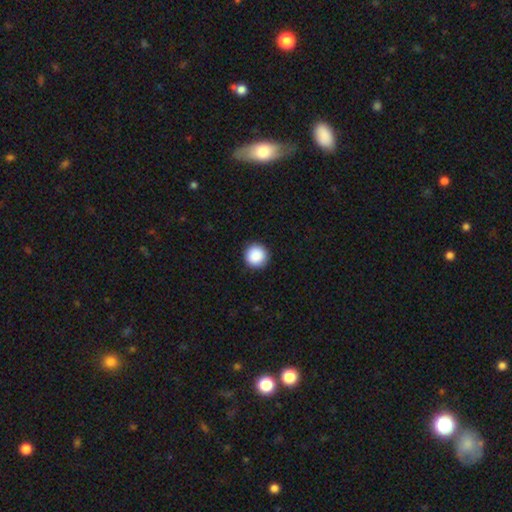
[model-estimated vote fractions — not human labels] smooth_or_featured: smooth (p=0.89) [alt: star or artifact p=0.08]
how_rounded: round (p=0.96) [alt: in between p=0.03]
merging: none (p=0.93) [alt: minor disturbance p=0.04]